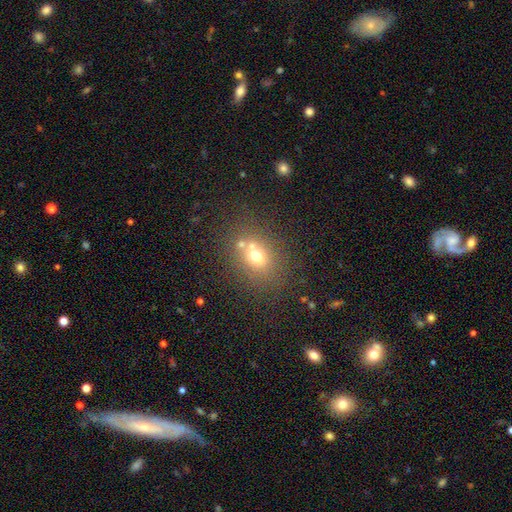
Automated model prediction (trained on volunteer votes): smooth_or_featured: smooth (p=0.63) [alt: featured or disk p=0.19]
how_rounded: round (p=0.52) [alt: in between p=0.46]
merging: none (p=0.58) [alt: merger p=0.24]